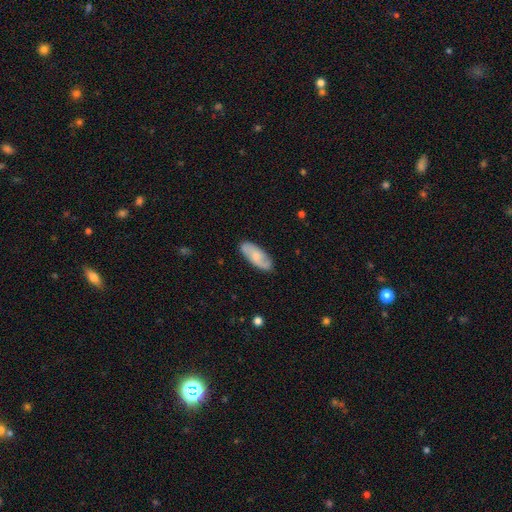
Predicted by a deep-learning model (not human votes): Q: Smooth or featured?
A: smooth (53%); runner-up: featured or disk (41%)
Q: How rounded?
A: in between (77%); runner-up: cigar-shaped (21%)
Q: Merging?
A: none (83%); runner-up: minor disturbance (13%)